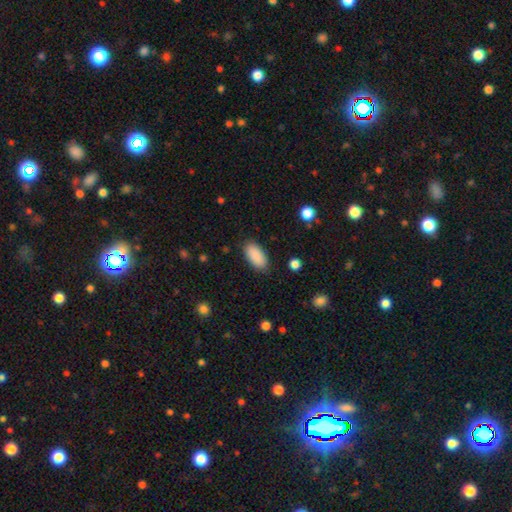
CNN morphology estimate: A smooth galaxy with no disk features (90%) that is in between round and cigar-shaped (92%).

Vote fractions:
- Smooth or featured? smooth: 90% / star or artifact: 7% / featured or disk: 3%
- How rounded? in between: 92% / cigar-shaped: 6% / round: 2%
- Merging? none: 86% / minor disturbance: 10% / major disturbance: 3% / merger: 1%